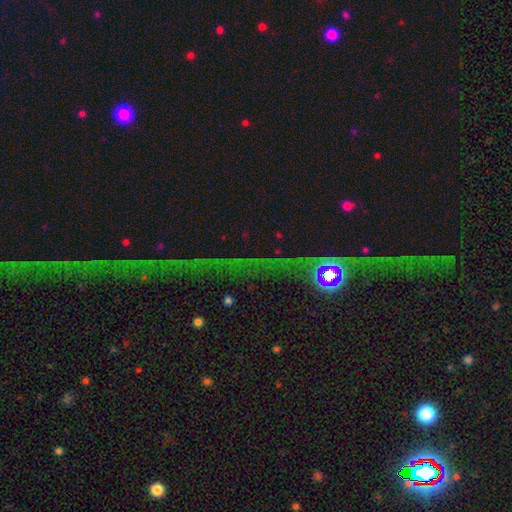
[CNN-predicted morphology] Smooth or featured? star or artifact (74%)